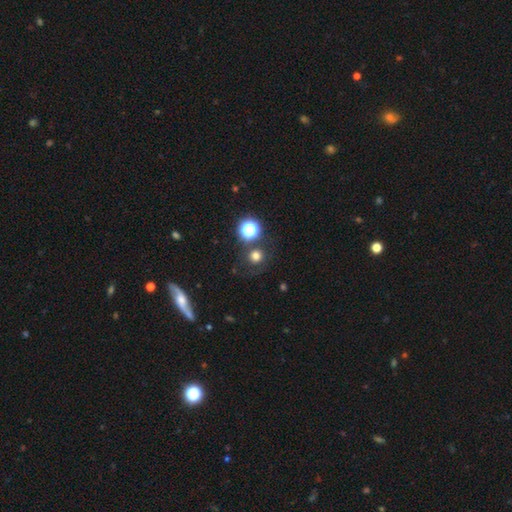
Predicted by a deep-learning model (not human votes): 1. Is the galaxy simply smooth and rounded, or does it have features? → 72% smooth, 21% star or artifact, 8% featured or disk.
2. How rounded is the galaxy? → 92% round, 7% in between, 1% cigar-shaped.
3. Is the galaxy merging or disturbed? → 74% none, 10% minor disturbance, 10% merger, 6% major disturbance.